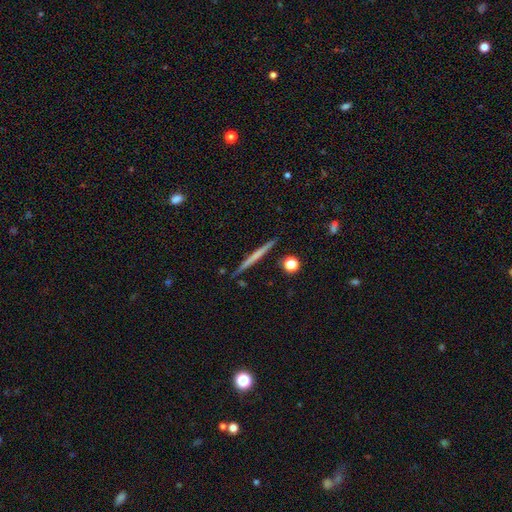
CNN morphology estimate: Overall: featured or disk (50%; smooth 44%). Merging: none (90%).